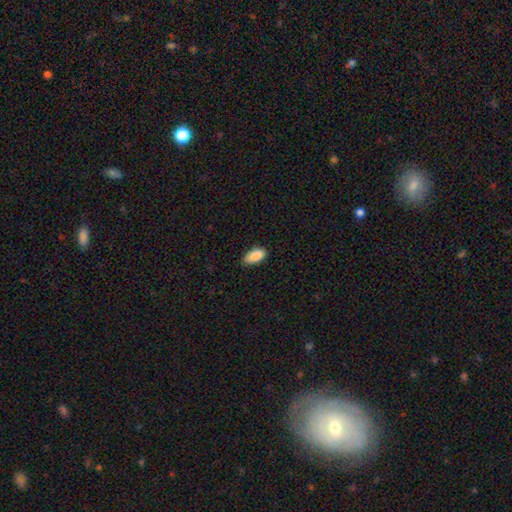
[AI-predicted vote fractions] Smooth or featured? smooth (89%)
How rounded? in between (93%)
Merging? none (75%)